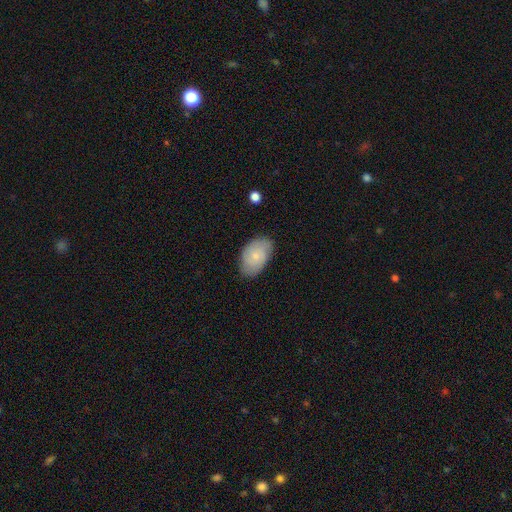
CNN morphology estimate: This is likely a smooth galaxy (65%). How rounded: clearly in between (91%). Merging: likely none (76%).